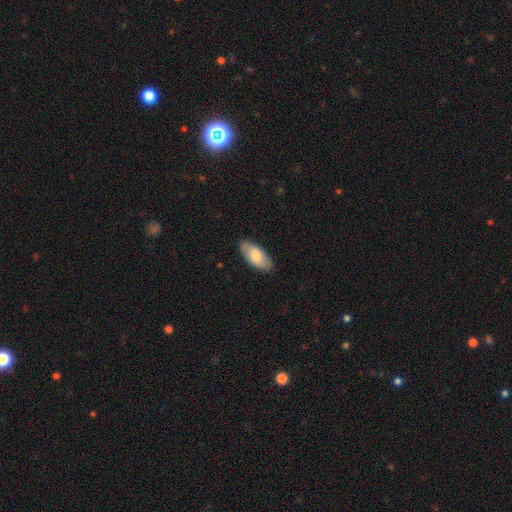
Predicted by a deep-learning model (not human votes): Smooth or featured: smooth — 77% (featured or disk — 18%)
How rounded: in between — 90% (cigar-shaped — 8%)
Merging: none — 86% (minor disturbance — 11%)